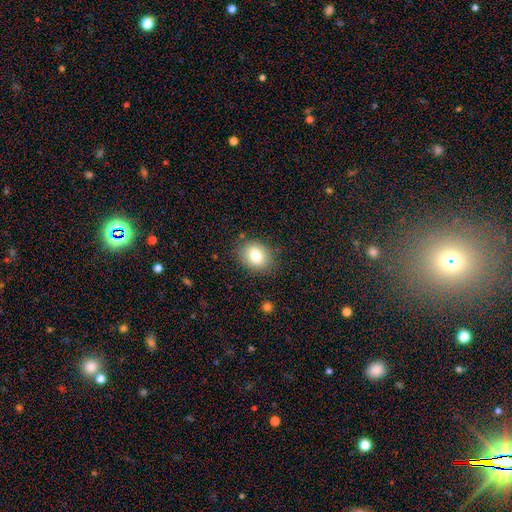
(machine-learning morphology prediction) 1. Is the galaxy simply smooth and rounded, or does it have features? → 80% smooth, 10% featured or disk, 9% star or artifact.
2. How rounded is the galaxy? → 57% in between, 42% round, 1% cigar-shaped.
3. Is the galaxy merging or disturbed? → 83% none, 12% minor disturbance, 3% major disturbance, 1% merger.